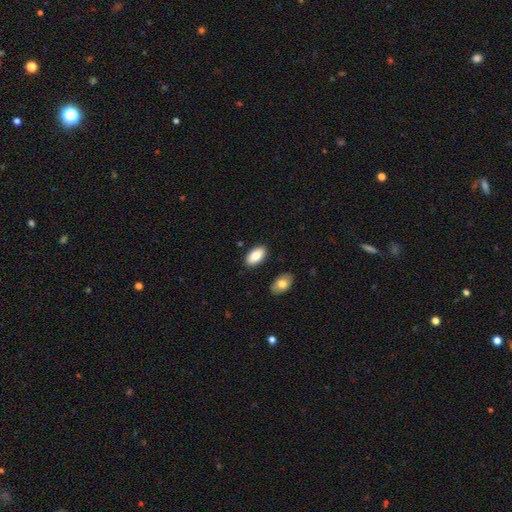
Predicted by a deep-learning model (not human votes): Smooth or featured: smooth — 86% (featured or disk — 8%)
How rounded: in between — 95% (round — 3%)
Merging: none — 86% (minor disturbance — 9%)